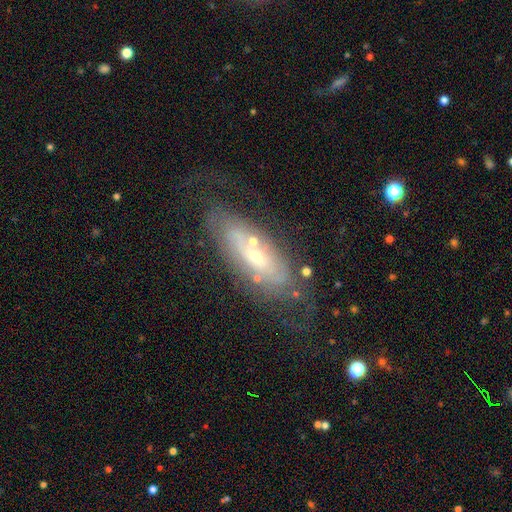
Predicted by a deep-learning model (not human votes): Smooth or featured: featured or disk — 73% (smooth — 19%)
Edge-on disk: no — 81% (yes — 19%)
Bar: no — 71% (weak — 21%)
Spiral arms: yes — 65% (no — 35%)
Bulge size: small — 55% (moderate — 39%)
Merging: none — 62% (minor disturbance — 20%)